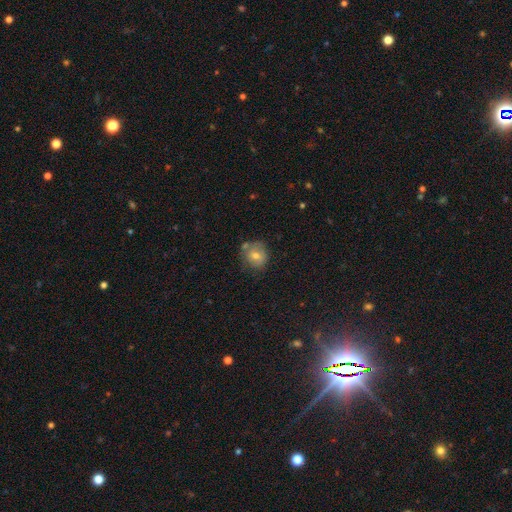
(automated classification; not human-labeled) Smooth or featured: smooth — 63% (featured or disk — 25%)
How rounded: round — 80% (in between — 19%)
Merging: none — 64% (minor disturbance — 20%)